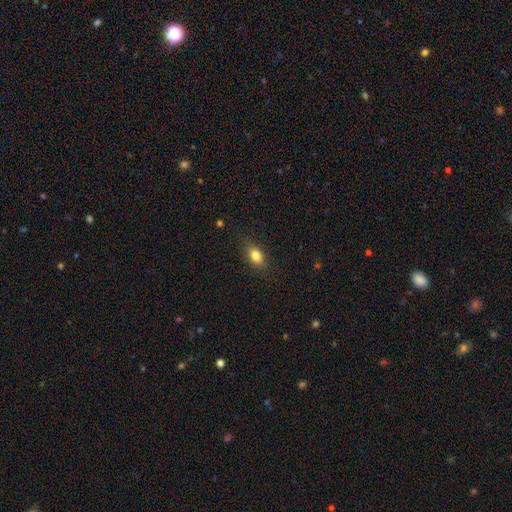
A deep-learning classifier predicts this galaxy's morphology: type=smooth (83%); roundness=in between (82%); merging=none (85%).